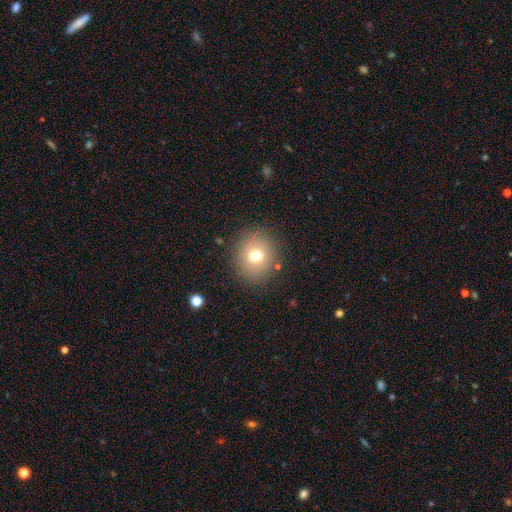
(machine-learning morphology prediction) A smooth galaxy with no disk features (71%) that is round (85%). Merging: none (86%).